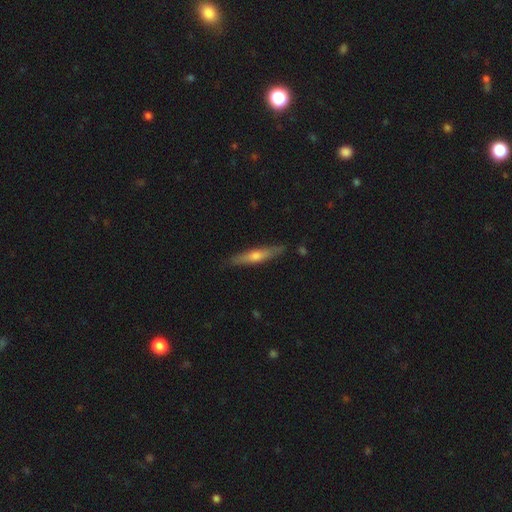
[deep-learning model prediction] A featured or disk galaxy (56%) viewed edge-on (92%) with a rounded central bulge (85%).

Vote fractions:
- Smooth or featured? featured or disk: 56% / smooth: 38% / star or artifact: 6%
- Edge-on disk? yes: 92% / no: 8%
- Edge-on bulge? rounded: 85% / none: 10% / boxy: 5%
- Merging? none: 87% / minor disturbance: 9% / major disturbance: 2% / merger: 1%